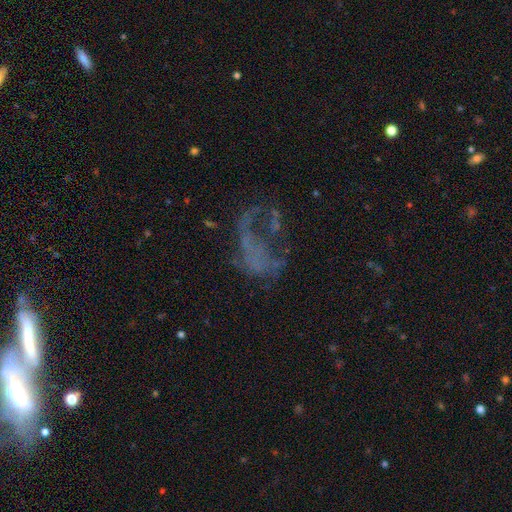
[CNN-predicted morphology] Smooth or featured? featured or disk (58%)
Edge-on disk? no (98%)
Bar? no (90%)
Spiral arms? no (79%)
Bulge size? none (84%)
Merging? major disturbance (50%)